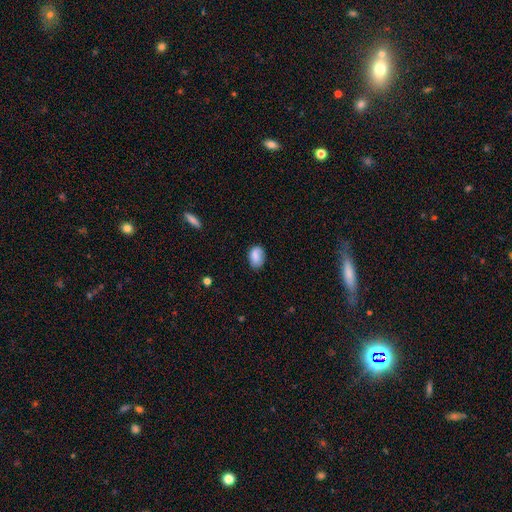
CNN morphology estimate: This appears to be a smooth galaxy with no disk features (85%) that is in between round and cigar-shaped (84%). Merging: none (75%).